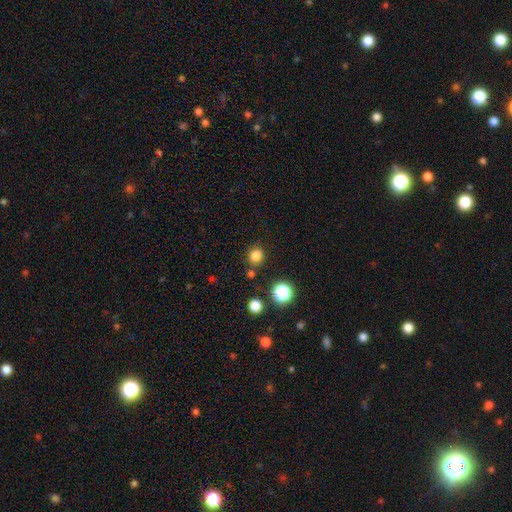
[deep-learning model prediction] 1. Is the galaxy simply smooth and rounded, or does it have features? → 81% smooth, 15% star or artifact, 4% featured or disk.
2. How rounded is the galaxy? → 85% round, 14% in between, 1% cigar-shaped.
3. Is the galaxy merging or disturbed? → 82% none, 9% minor disturbance, 6% merger, 3% major disturbance.